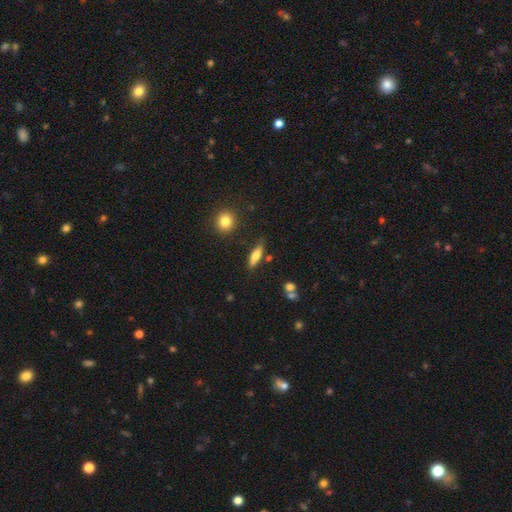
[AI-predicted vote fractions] smooth 61%, featured or disk 32%, star or artifact 7%. Down the decision tree: how rounded — cigar-shaped (59%); merging — none (79%).